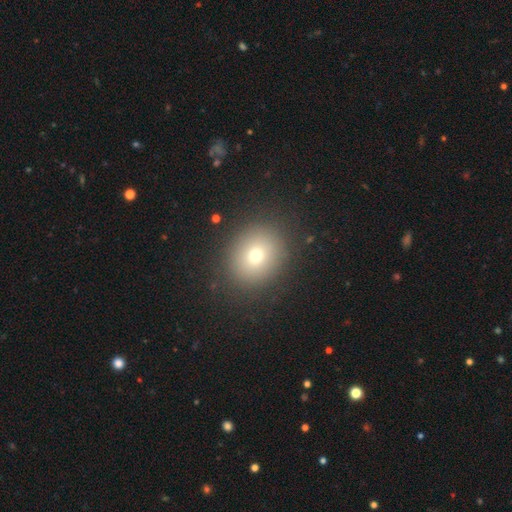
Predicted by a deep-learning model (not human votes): A smooth galaxy with no disk features (71%) that is round (71%).

Vote fractions:
- Smooth or featured? smooth: 71% / star or artifact: 16% / featured or disk: 13%
- How rounded? round: 71% / in between: 28% / cigar-shaped: 1%
- Merging? none: 88% / minor disturbance: 7% / major disturbance: 4% / merger: 1%